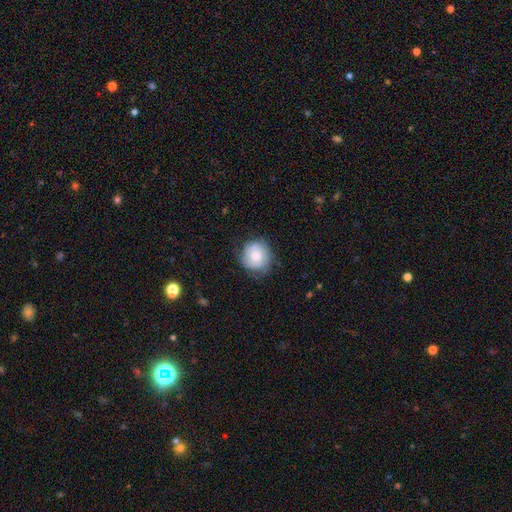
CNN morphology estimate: Smooth or featured?
  - smooth: 67% *
  - featured or disk: 25%
  - star or artifact: 7%
How rounded?
  - round: 89% *
  - in between: 10%
  - cigar-shaped: 1%
Merging?
  - none: 72% *
  - minor disturbance: 22%
  - major disturbance: 6%
  - merger: 1%